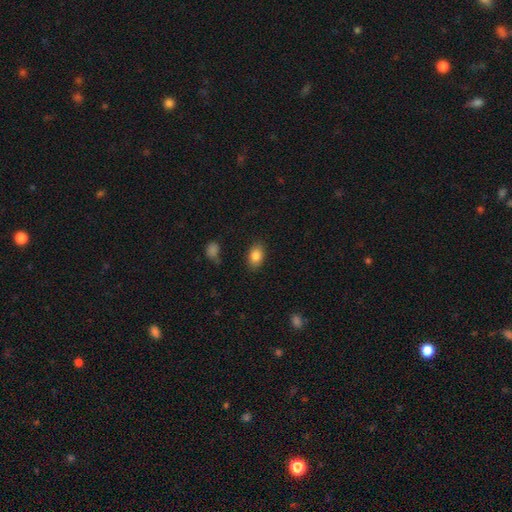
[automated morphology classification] Q: Smooth or featured?
A: smooth (85%); runner-up: star or artifact (8%)
Q: How rounded?
A: in between (87%); runner-up: round (12%)
Q: Merging?
A: none (84%); runner-up: minor disturbance (11%)